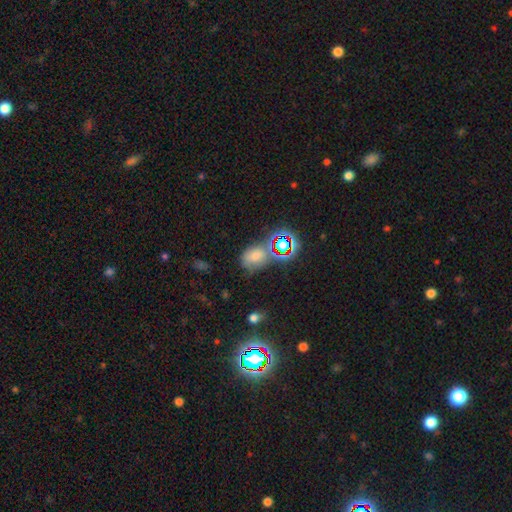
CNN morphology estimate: This is marginally a star or artifact rather than a galaxy (44%).